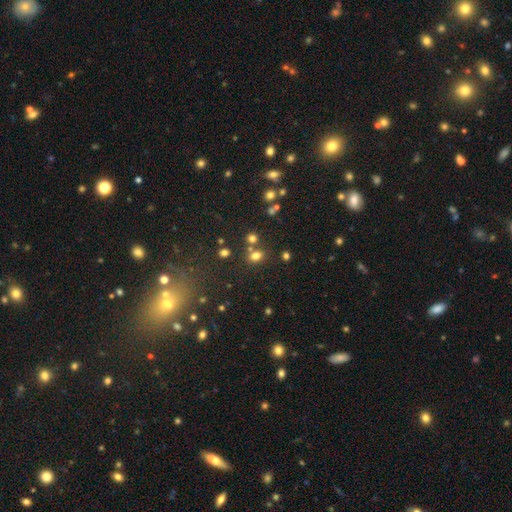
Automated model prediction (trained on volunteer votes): The model was most divided on "how rounded": in between: 55%, round: 44%, cigar-shaped: 1%. More confident: smooth or featured — smooth (73%); merging — none (67%).